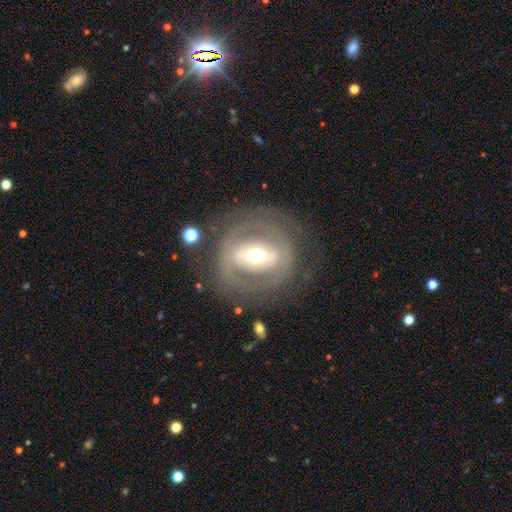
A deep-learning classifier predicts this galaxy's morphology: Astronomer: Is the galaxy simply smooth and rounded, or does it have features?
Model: featured or disk — 74%.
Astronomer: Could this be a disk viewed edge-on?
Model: no — 93%.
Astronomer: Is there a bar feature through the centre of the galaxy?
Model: strong — 51% (runner-up: weak, 29%).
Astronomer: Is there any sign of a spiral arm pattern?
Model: no — 57% (runner-up: yes, 43%).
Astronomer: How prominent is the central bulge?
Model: moderate — 67%.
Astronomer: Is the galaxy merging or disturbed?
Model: none — 74%.